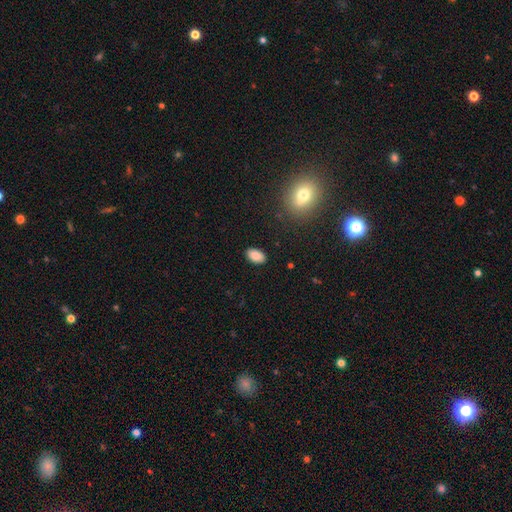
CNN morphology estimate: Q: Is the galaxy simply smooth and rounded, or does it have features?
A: smooth — 87%.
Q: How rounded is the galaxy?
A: in between — 93%.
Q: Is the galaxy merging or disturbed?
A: none — 88%.